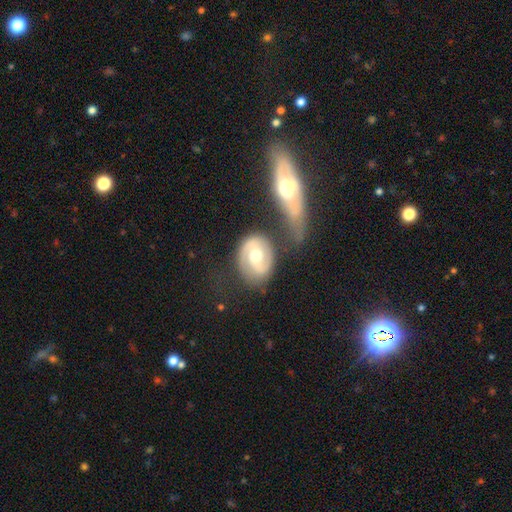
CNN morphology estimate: A featured or disk galaxy (75%) with no bar (47%), 2 (86%) tight (43%) spiral arms (87%) and a moderate central bulge (76%).

Vote fractions:
- Smooth or featured? featured or disk: 75% / smooth: 20% / star or artifact: 5%
- Edge-on disk? no: 96% / yes: 4%
- Bar? no: 47% / weak: 38% / strong: 15%
- Spiral arms? yes: 87% / no: 13%
- Spiral winding? tight: 43% / medium: 42% / loose: 14%
- Spiral arm count? 2: 86% / can't tell: 7% / 1: 3% / 3: 2% / 4: 1% / more than 4: 1%
- Bulge size? moderate: 76% / small: 16% / large: 6% / none: 1% / dominant: 1%
- Merging? none: 60% / minor disturbance: 18% / merger: 14% / major disturbance: 8%